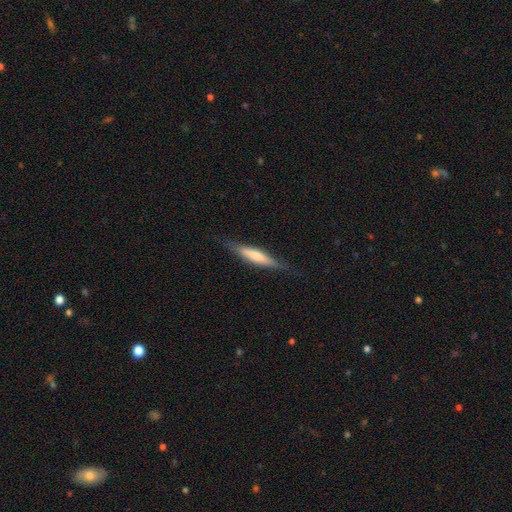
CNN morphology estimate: type=smooth (57%); roundness=cigar-shaped (85%); merging=none (81%).